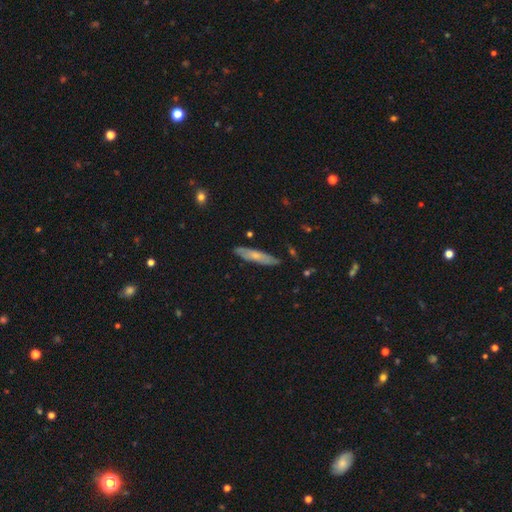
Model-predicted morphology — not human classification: This is possibly a smooth galaxy (55%). How rounded: clearly cigar-shaped (83%). Merging: clearly none (84%).